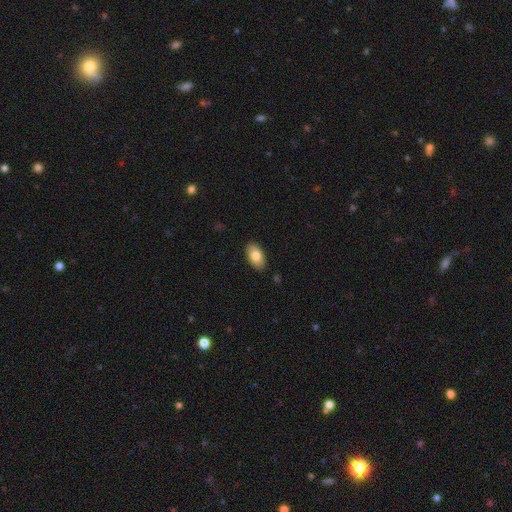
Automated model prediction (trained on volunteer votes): This is clearly a smooth galaxy (81%). How rounded: clearly in between (94%). Merging: clearly none (88%).